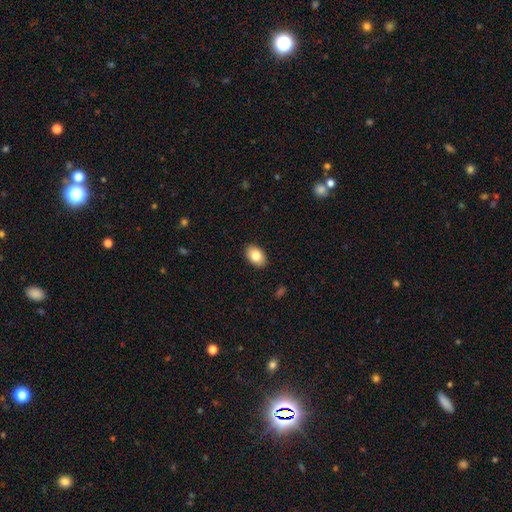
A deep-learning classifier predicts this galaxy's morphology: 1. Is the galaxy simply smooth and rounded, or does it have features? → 83% smooth, 10% featured or disk, 7% star or artifact.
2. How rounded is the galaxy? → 87% in between, 12% round, 1% cigar-shaped.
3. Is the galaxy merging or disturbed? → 90% none, 8% minor disturbance, 2% major disturbance, 1% merger.